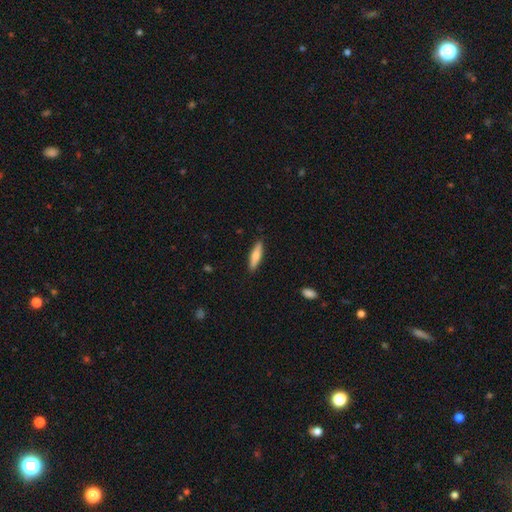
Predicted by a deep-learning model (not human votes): Overall: smooth (73%). How rounded: cigar-shaped (72%). Merging: none (88%).